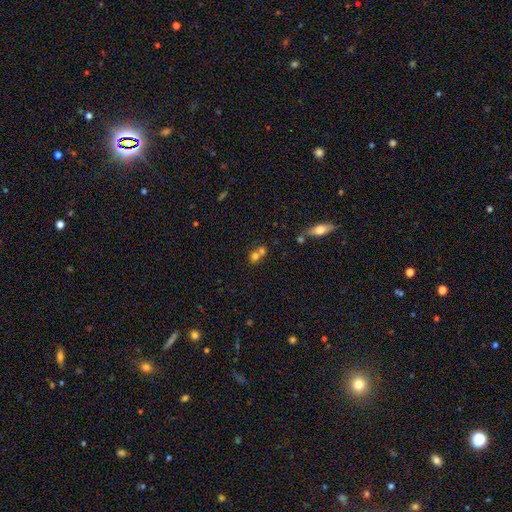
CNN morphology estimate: Smooth or featured? Predicted: smooth (p=0.70). How rounded? Predicted: round (p=0.68). Merging? Predicted: merger (p=0.60).